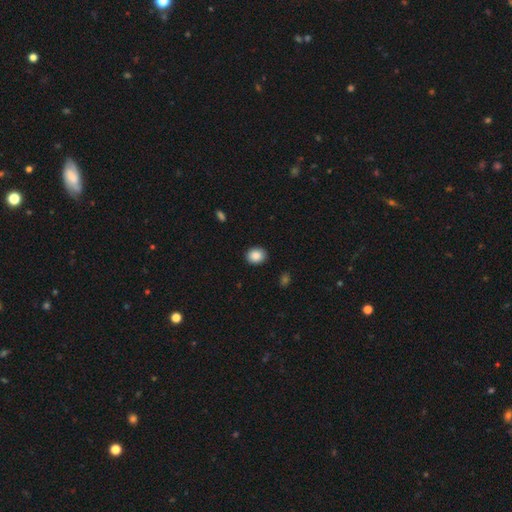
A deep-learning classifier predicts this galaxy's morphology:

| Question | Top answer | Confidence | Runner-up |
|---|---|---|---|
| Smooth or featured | smooth | 88% | star or artifact (8%) |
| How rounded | round | 61% | in between (38%) |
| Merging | none | 90% | minor disturbance (7%) |